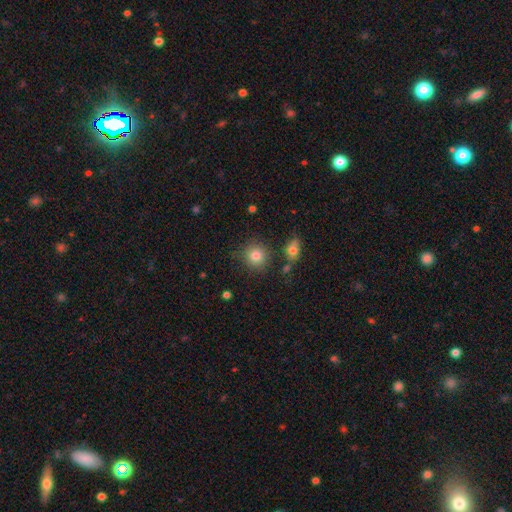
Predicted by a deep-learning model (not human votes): smooth-or-featured: smooth: 82% | star or artifact: 11% | featured or disk: 7%
  how-rounded: round: 89% | in between: 10% | cigar-shaped: 1%
  merging: none: 82% | minor disturbance: 10% | merger: 5% | major disturbance: 3%